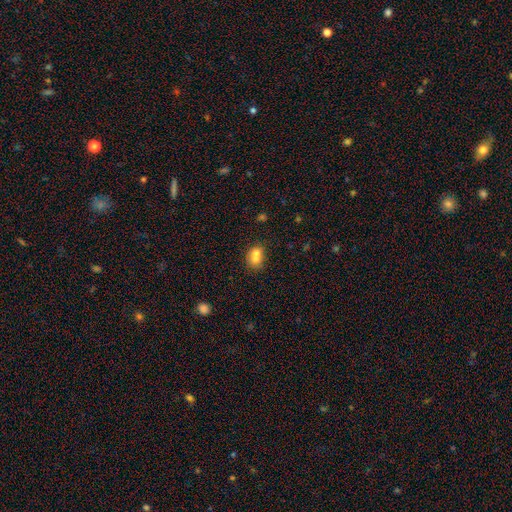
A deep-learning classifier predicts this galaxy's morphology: Smooth or featured? smooth (73%)
How rounded? in between (54%)
Merging? merger (56%)